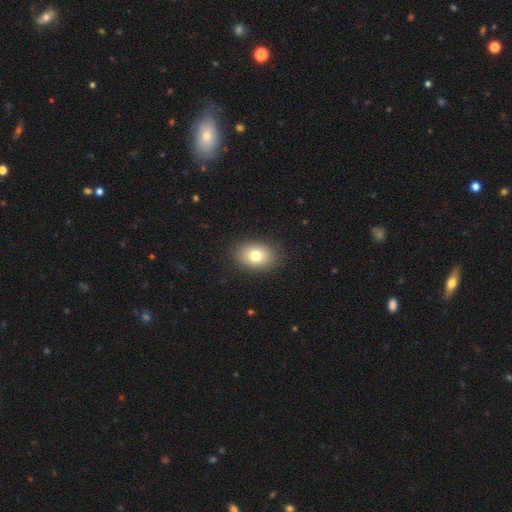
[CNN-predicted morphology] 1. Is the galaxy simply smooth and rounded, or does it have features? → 77% smooth, 12% featured or disk, 10% star or artifact.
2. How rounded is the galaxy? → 69% in between, 30% round, 1% cigar-shaped.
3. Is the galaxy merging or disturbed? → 87% none, 9% minor disturbance, 3% major disturbance, 1% merger.